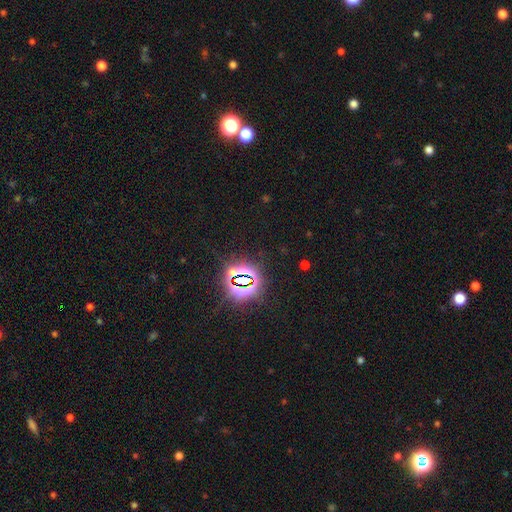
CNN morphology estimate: smooth-or-featured: star or artifact: 83% | smooth: 11% | featured or disk: 6%